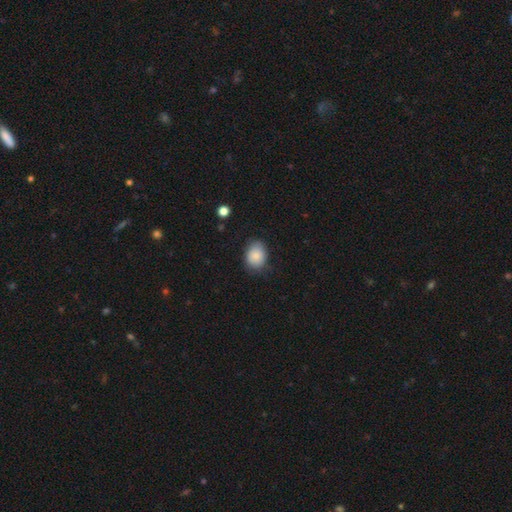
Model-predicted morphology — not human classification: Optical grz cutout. It shows a smooth galaxy with no disk features (85%) that is in between round and cigar-shaped (59%). Merging: none (75%).